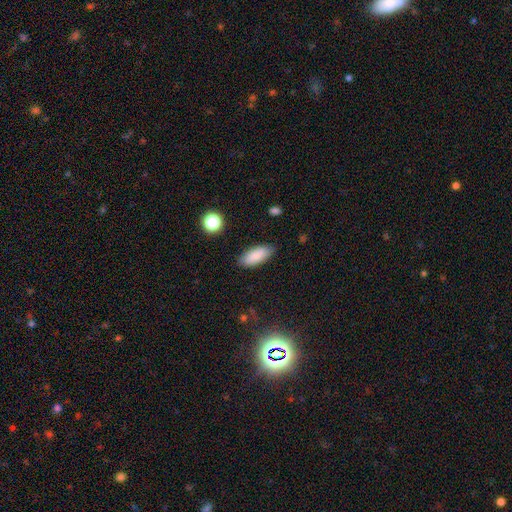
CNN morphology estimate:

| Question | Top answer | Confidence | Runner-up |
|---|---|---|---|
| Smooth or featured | smooth | 87% | star or artifact (7%) |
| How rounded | in between | 82% | cigar-shaped (16%) |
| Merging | none | 86% | minor disturbance (10%) |